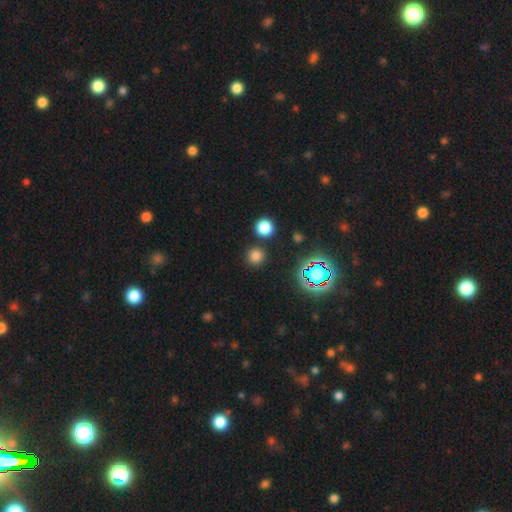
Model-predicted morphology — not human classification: Smooth or featured? smooth (73%)
How rounded? round (93%)
Merging? none (86%)